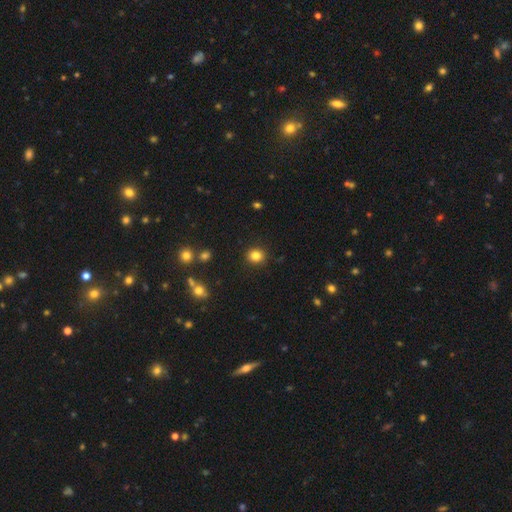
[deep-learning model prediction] Overall: smooth (83%). How rounded: round (83%). Merging: none (91%).